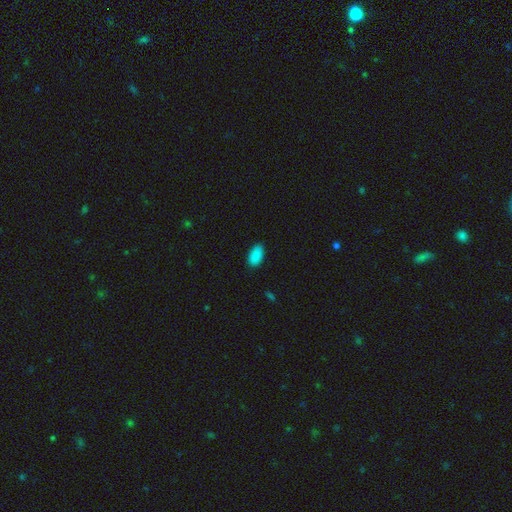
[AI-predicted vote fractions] Q: Smooth or featured?
A: smooth (89%); runner-up: star or artifact (8%)
Q: How rounded?
A: in between (94%); runner-up: round (4%)
Q: Merging?
A: none (85%); runner-up: minor disturbance (12%)